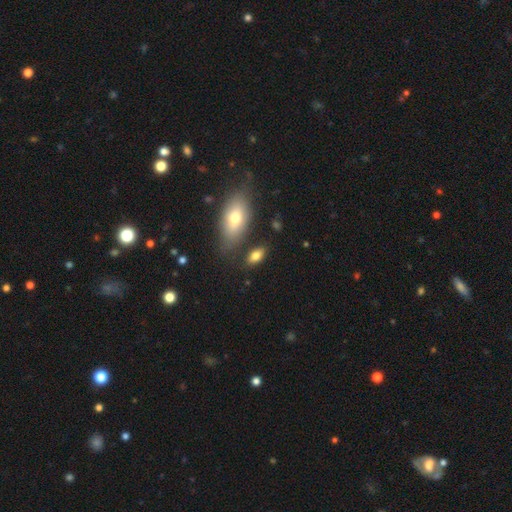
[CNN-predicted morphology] A smooth galaxy with no disk features (78%) that is in between round and cigar-shaped (87%).

Vote fractions:
- Smooth or featured? smooth: 78% / featured or disk: 13% / star or artifact: 9%
- How rounded? in between: 87% / cigar-shaped: 8% / round: 6%
- Merging? none: 76% / minor disturbance: 14% / merger: 6% / major disturbance: 4%